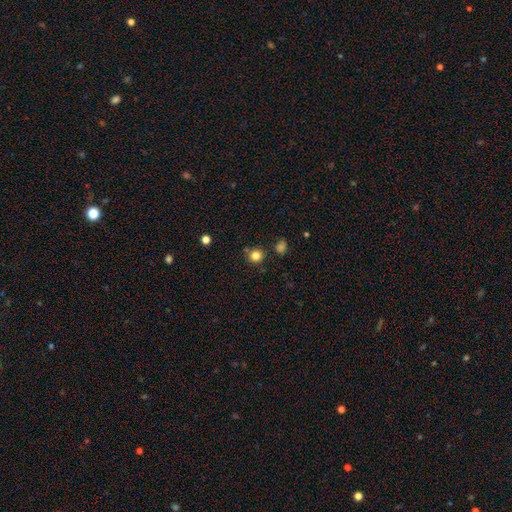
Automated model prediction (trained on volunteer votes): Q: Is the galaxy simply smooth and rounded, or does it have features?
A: smooth — 82%.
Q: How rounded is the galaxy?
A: round — 91%.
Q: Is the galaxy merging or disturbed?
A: none — 83%.